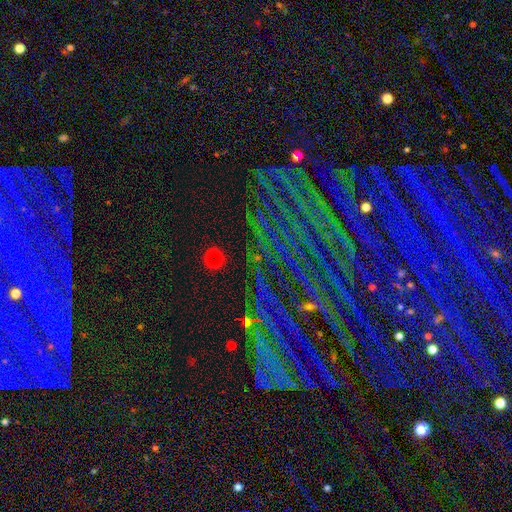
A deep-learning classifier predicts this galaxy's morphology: Smooth or featured?
  - star or artifact: 85% *
  - featured or disk: 8%
  - smooth: 7%